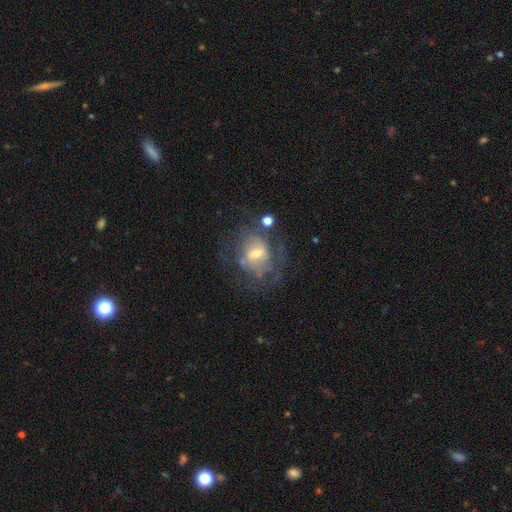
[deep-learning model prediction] The model was most divided on "bulge size": moderate: 47%, small: 44%, large: 5%, none: 3%, dominant: 1%. Remaining: edge-on disk — no (95%); smooth or featured — featured or disk (61%); merging — none (59%); spiral arms — yes (58%); bar — no (47%).